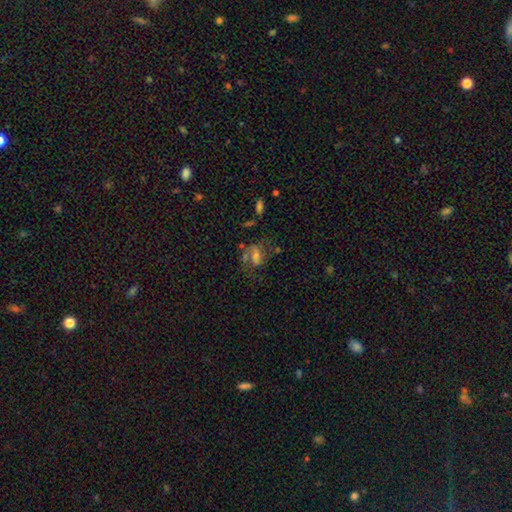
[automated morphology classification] smooth_or_featured: featured or disk (p=0.51) [alt: smooth p=0.38]
disk_edge_on: no (p=0.95) [alt: yes p=0.05]
merging: none (p=0.45) [alt: major disturbance p=0.24]